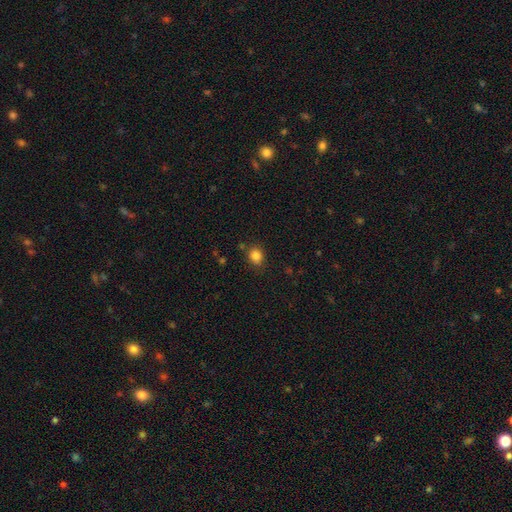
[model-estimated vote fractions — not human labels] smooth_or_featured: smooth (p=0.84) [alt: star or artifact p=0.11]
how_rounded: round (p=0.66) [alt: in between p=0.33]
merging: none (p=0.82) [alt: minor disturbance p=0.12]